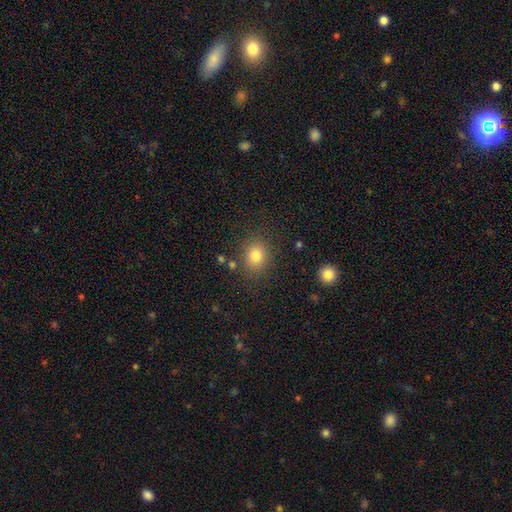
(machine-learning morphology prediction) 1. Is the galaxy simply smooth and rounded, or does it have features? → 81% smooth, 12% star or artifact, 7% featured or disk.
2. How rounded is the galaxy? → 68% round, 31% in between, 1% cigar-shaped.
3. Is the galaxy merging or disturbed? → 84% none, 10% minor disturbance, 4% major disturbance, 3% merger.